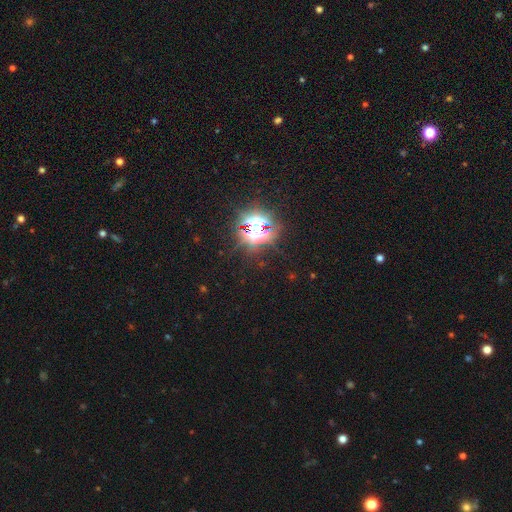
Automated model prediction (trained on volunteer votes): This appears to be a star or artifact, not a galaxy (82%).